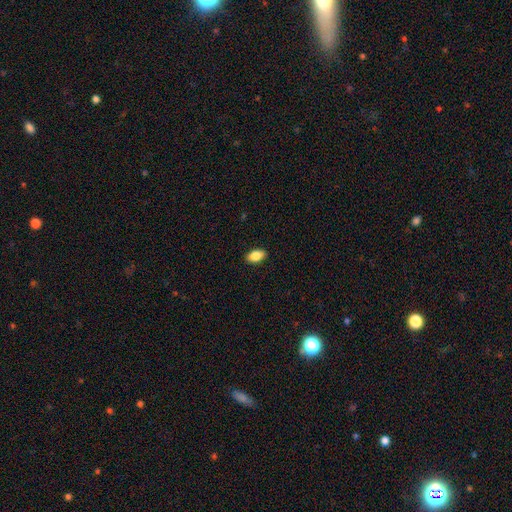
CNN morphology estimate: Smooth or featured? smooth (84%)
How rounded? in between (91%)
Merging? none (89%)